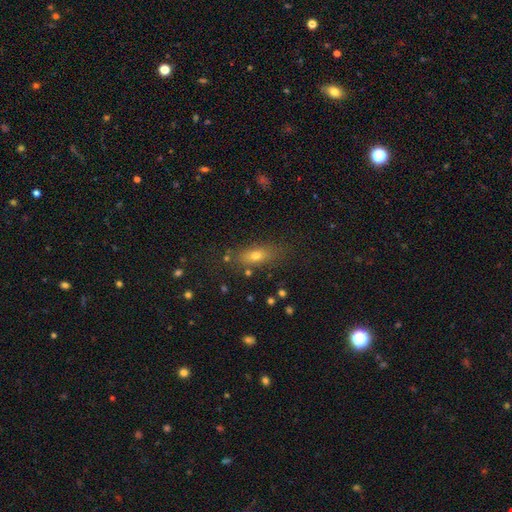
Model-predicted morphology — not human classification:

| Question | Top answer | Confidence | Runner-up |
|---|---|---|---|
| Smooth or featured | smooth | 68% | featured or disk (18%) |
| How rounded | in between | 65% | cigar-shaped (25%) |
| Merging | none | 78% | minor disturbance (14%) |